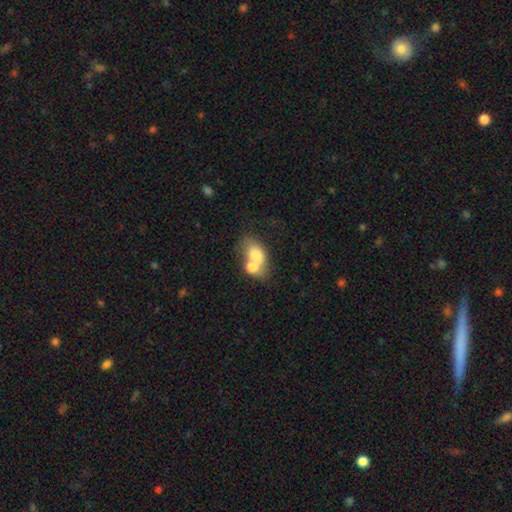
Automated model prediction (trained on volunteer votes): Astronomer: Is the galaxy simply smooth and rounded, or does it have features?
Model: smooth — 71%.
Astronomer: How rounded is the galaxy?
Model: in between — 72%.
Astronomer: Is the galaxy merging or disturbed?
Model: merger — 59%.